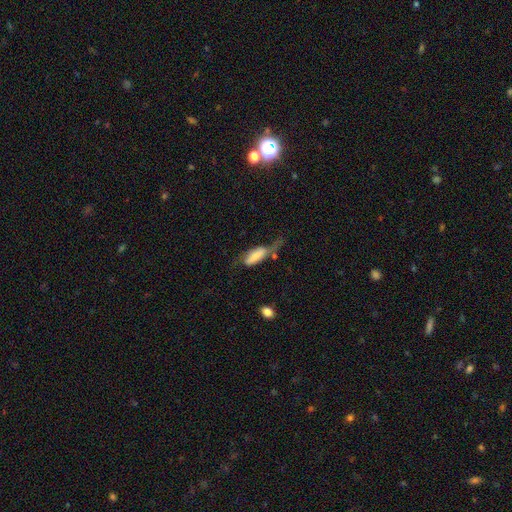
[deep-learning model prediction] Smooth or featured?
  - smooth: 59% *
  - featured or disk: 34%
  - star or artifact: 7%
How rounded?
  - in between: 70% *
  - cigar-shaped: 28%
  - round: 3%
Merging?
  - major disturbance: 37% *
  - minor disturbance: 28%
  - none: 27%
  - merger: 8%